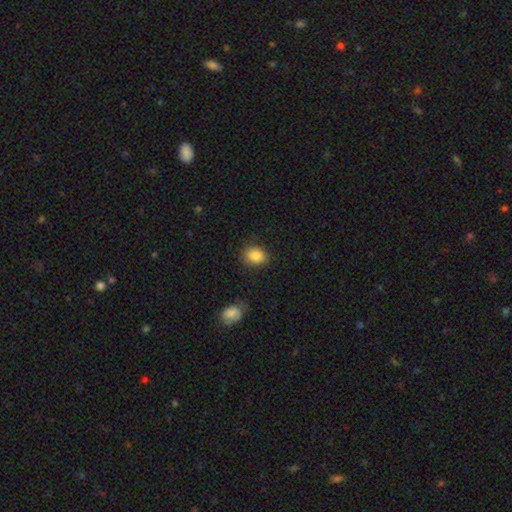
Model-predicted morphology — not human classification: smooth 85%, star or artifact 9%, featured or disk 6%. Down the decision tree: how rounded — in between (51%); merging — none (81%).